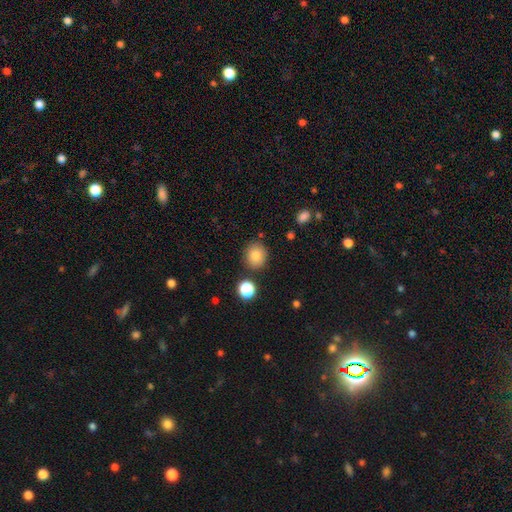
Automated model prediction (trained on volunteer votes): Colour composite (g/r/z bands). It shows a smooth galaxy with no disk features (83%) that is round (80%). Merging: none (84%).